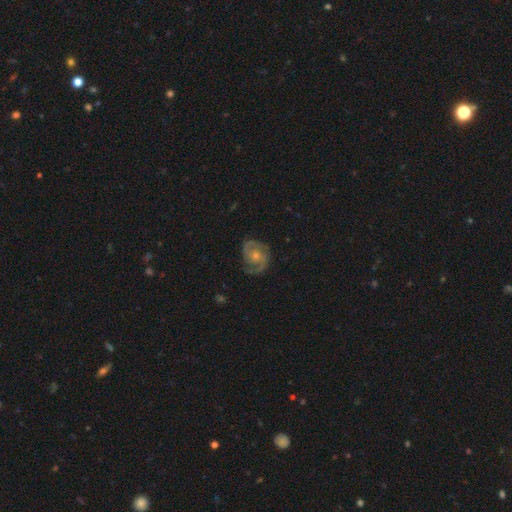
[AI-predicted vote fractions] This appears to be a featured or disk galaxy (86%) with no bar (65%), 2 (85%) medium (51%) spiral arms (97%) and a small central bulge (51%). Merging: none (76%).